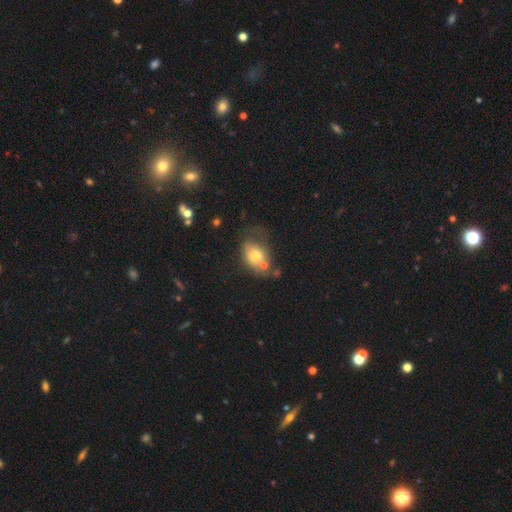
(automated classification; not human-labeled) smooth 64%, featured or disk 26%, star or artifact 10%. Down the decision tree: how rounded — in between (67%); merging — none (29%).